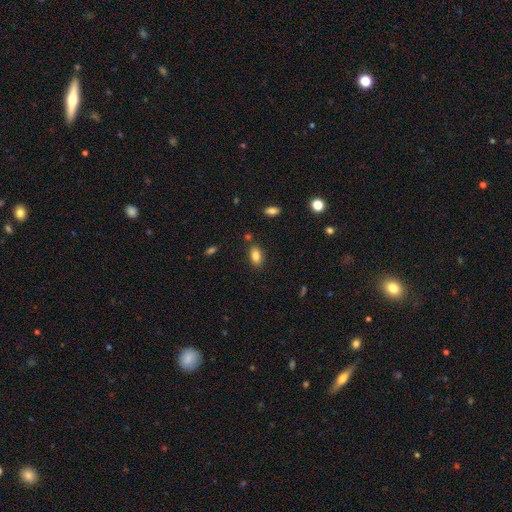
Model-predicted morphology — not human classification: smooth_or_featured: smooth (p=0.84) [alt: star or artifact p=0.09]
how_rounded: in between (p=0.90) [alt: round p=0.07]
merging: none (p=0.81) [alt: minor disturbance p=0.12]